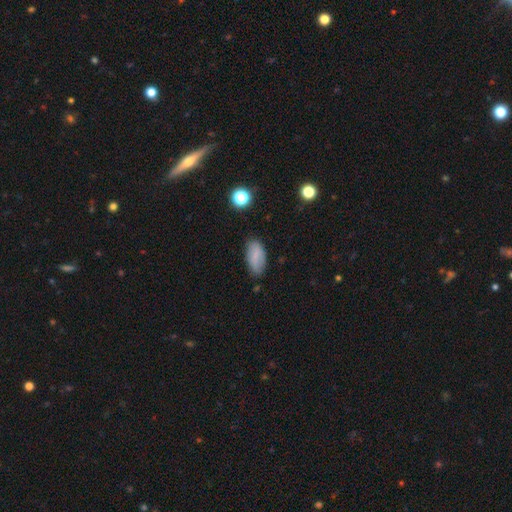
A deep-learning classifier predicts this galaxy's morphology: Smooth or featured? Predicted: smooth (p=0.75). How rounded? Predicted: in between (p=0.91). Merging? Predicted: none (p=0.77).